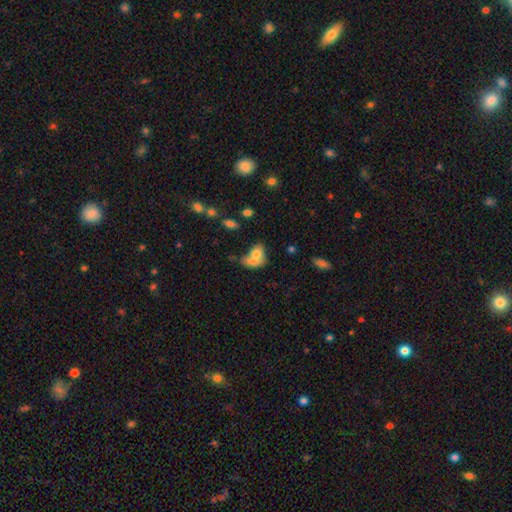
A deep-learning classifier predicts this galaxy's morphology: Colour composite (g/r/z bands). It shows a smooth galaxy with no disk features (69%) that is in between round and cigar-shaped (71%). Merging: merger (66%).